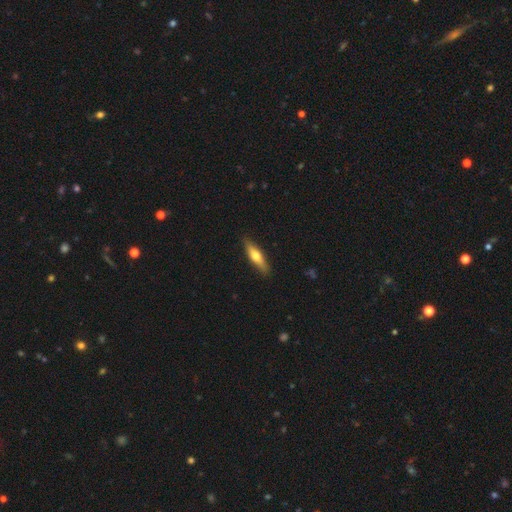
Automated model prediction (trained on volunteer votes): The model was most divided on "smooth or featured": smooth: 48%, featured or disk: 46%, star or artifact: 5%. More confident: merging — none (88%).